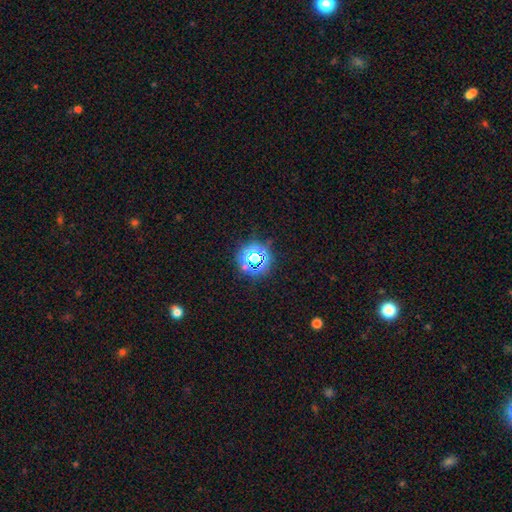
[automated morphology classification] Smooth or featured? star or artifact (67%)